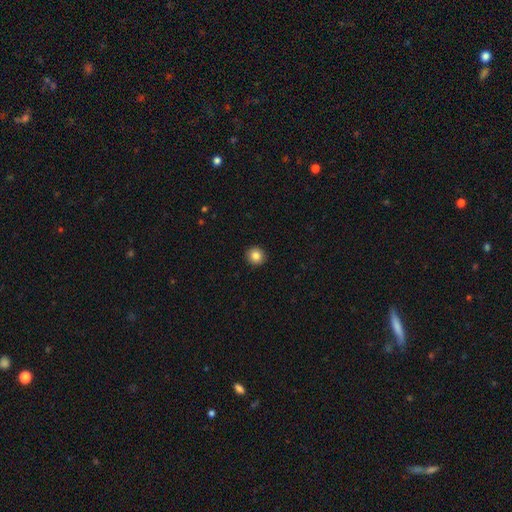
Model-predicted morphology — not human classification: Overall: smooth (85%). How rounded: round (94%). Merging: none (93%).